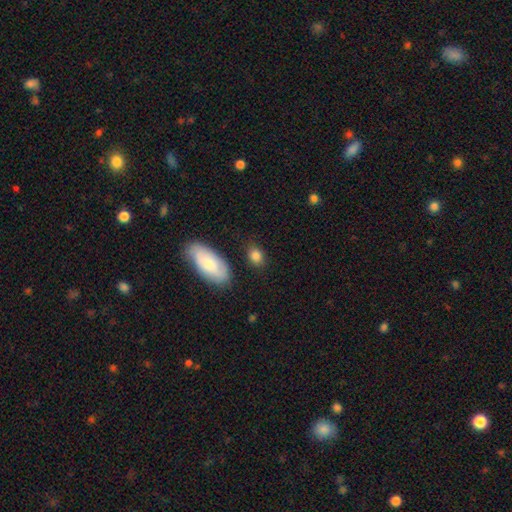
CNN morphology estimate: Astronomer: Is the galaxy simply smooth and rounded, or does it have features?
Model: smooth — 84%.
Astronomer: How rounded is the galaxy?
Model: in between — 69%.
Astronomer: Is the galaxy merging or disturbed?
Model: none — 77%.